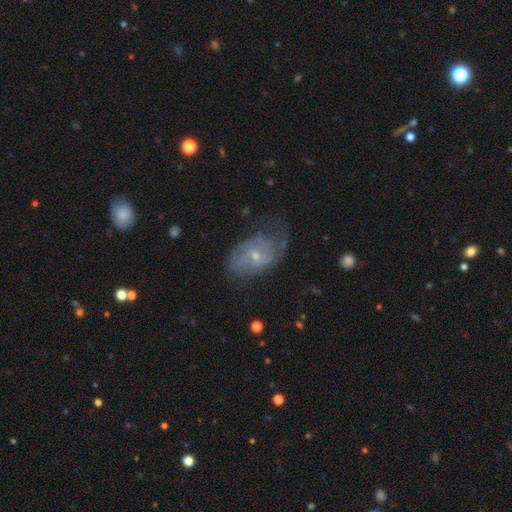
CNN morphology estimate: Smooth or featured? Predicted: featured or disk (p=0.68). Edge-on disk? Predicted: no (p=0.96). Bar? Predicted: no (p=0.48). Spiral arms? Predicted: yes (p=0.78). Spiral winding? Predicted: medium (p=0.42). Spiral arm count? Predicted: 2 (p=0.50). Bulge size? Predicted: small (p=0.54). Merging? Predicted: none (p=0.47).